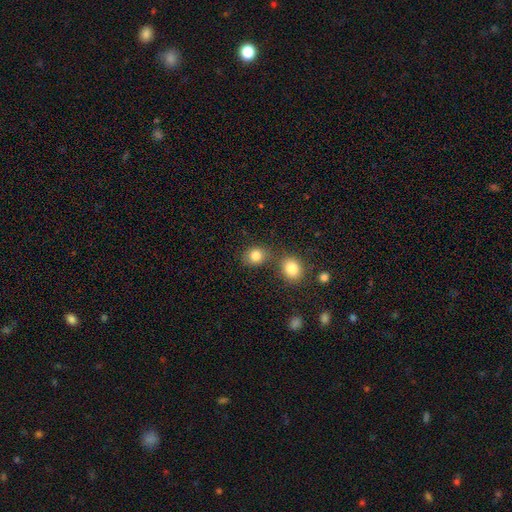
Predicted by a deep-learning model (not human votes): This appears to be a smooth galaxy with no disk features (82%) that is round (66%). Merging: none (67%).